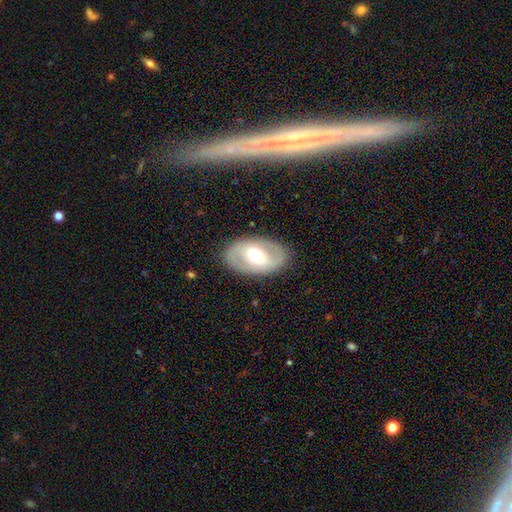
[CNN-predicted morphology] smooth-or-featured: featured or disk: 64% | smooth: 31% | star or artifact: 5%
  disk-edge-on: no: 93% | yes: 7%
    bar: weak: 41% | no: 32% | strong: 27%
    has-spiral-arms: yes: 57% | no: 43%
    bulge-size: moderate: 65% | small: 23% | large: 9% | dominant: 1% | none: 1%
  merging: none: 85% | minor disturbance: 10% | major disturbance: 4% | merger: 1%